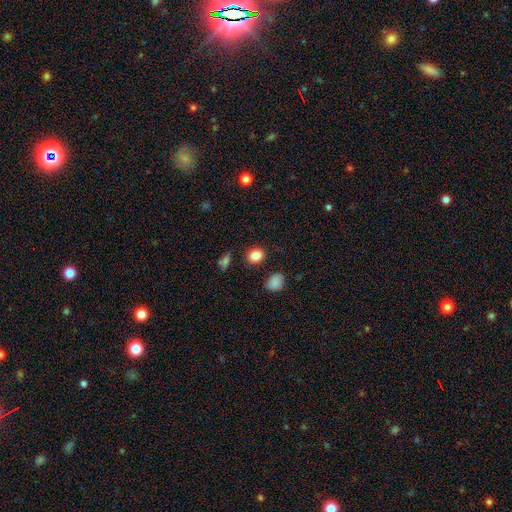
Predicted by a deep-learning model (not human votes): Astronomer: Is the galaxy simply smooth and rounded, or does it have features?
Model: smooth — 85%.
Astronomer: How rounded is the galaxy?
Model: round — 64%.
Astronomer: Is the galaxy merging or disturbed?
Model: none — 86%.